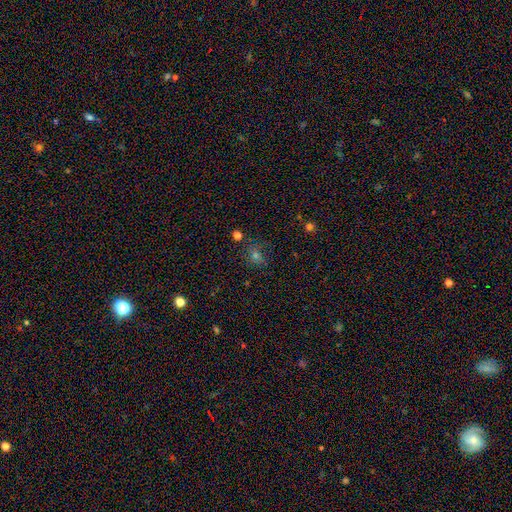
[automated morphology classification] type=smooth (53%); roundness=round (68%); merging=none (73%).